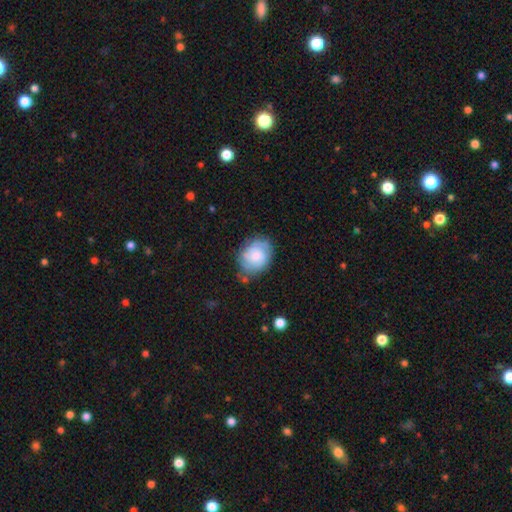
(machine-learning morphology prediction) Q: Smooth or featured?
A: smooth (50%); runner-up: featured or disk (43%)
Q: Merging?
A: none (67%); runner-up: minor disturbance (23%)